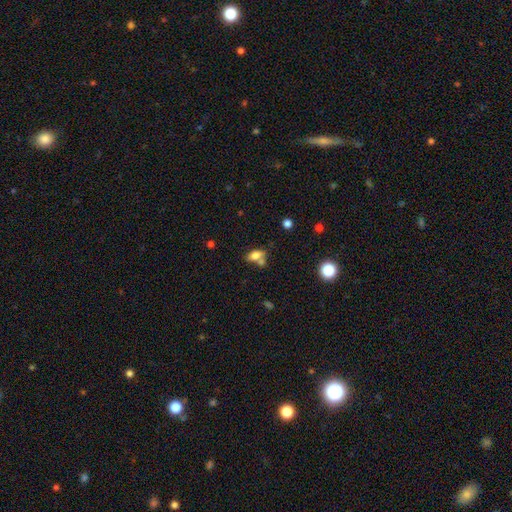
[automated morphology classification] A smooth galaxy with no disk features (73%) that is in between round and cigar-shaped (84%). Merging: none (47%).